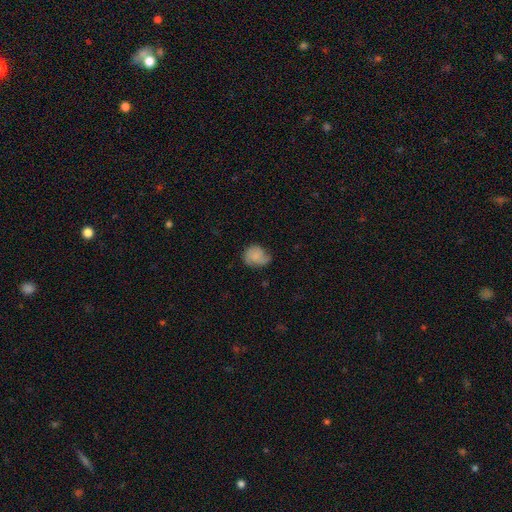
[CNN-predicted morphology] Smooth or featured? Predicted: smooth (p=0.65). How rounded? Predicted: round (p=0.57). Merging? Predicted: none (p=0.48).